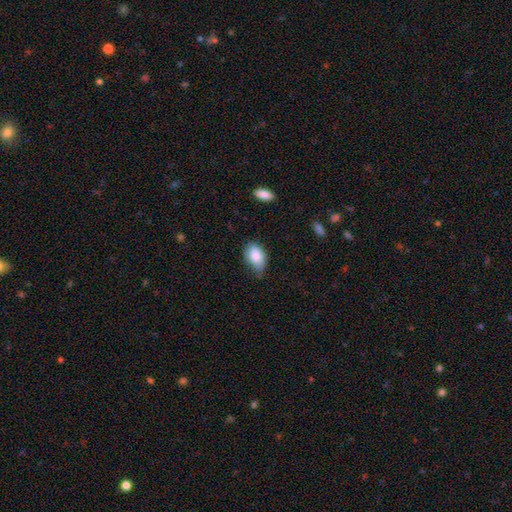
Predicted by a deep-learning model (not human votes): Q: Smooth or featured?
A: smooth (84%); runner-up: featured or disk (8%)
Q: How rounded?
A: in between (90%); runner-up: round (9%)
Q: Merging?
A: none (51%); runner-up: minor disturbance (40%)